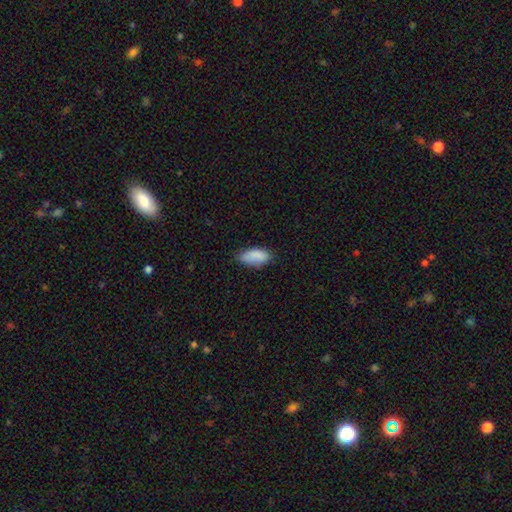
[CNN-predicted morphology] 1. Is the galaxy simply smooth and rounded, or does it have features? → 87% smooth, 7% star or artifact, 6% featured or disk.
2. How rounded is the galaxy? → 89% in between, 9% cigar-shaped, 2% round.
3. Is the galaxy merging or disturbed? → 69% none, 24% minor disturbance, 5% major disturbance, 2% merger.